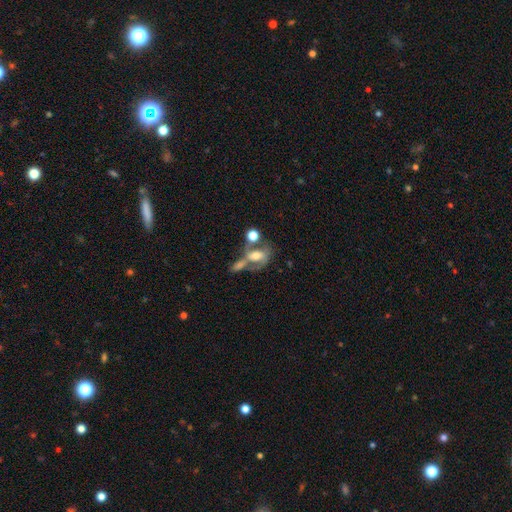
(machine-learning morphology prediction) The model was most divided on "bar": no: 41%, weak: 35%, strong: 24%. Remaining: edge-on disk — no (94%); spiral arms — yes (68%); smooth or featured — featured or disk (57%); bulge size — moderate (56%); merging — merger (47%).